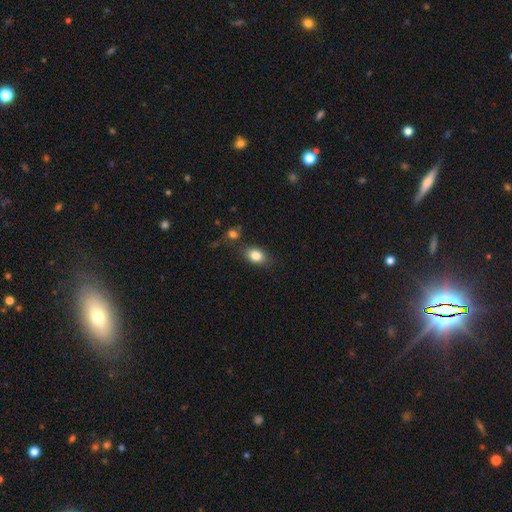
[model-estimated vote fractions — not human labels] Smooth or featured? Predicted: smooth (p=0.83). How rounded? Predicted: in between (p=0.73). Merging? Predicted: none (p=0.75).